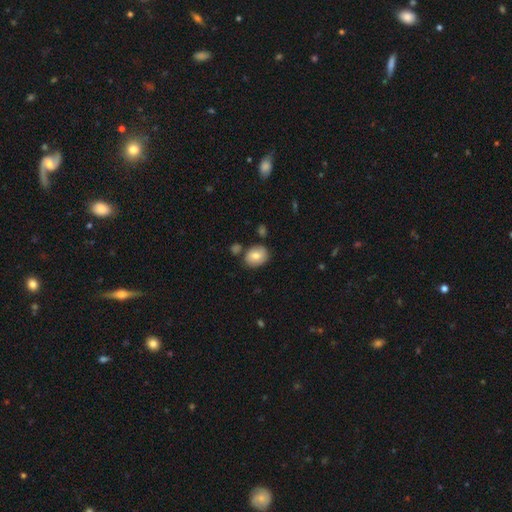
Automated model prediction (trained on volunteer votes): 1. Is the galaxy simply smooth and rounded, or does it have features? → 76% smooth, 17% featured or disk, 8% star or artifact.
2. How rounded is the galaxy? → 58% in between, 41% round, 1% cigar-shaped.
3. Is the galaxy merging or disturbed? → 73% none, 17% minor disturbance, 7% merger, 4% major disturbance.